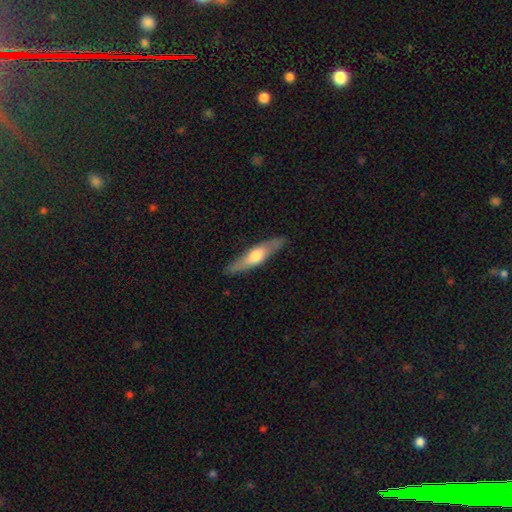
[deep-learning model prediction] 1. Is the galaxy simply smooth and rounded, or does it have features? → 49% smooth, 46% featured or disk, 5% star or artifact.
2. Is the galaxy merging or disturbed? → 85% none, 11% minor disturbance, 2% major disturbance, 1% merger.